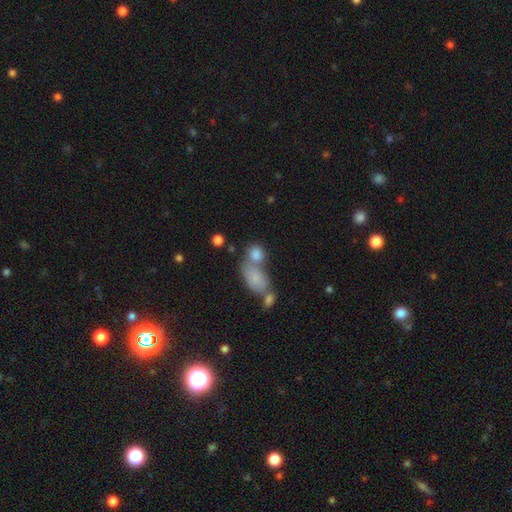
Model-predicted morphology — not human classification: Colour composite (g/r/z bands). It shows a smooth galaxy with no disk features (77%) that is in between round and cigar-shaped (58%). Merging: merger (43%).